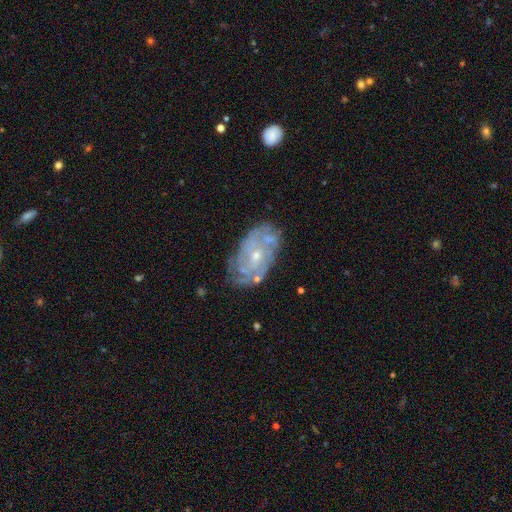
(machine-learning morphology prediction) Smooth or featured: featured or disk — 78% (smooth — 15%)
Edge-on disk: no — 95% (yes — 5%)
Bar: no — 70% (weak — 25%)
Spiral arms: yes — 79% (no — 21%)
Spiral winding: tight — 57% (medium — 31%)
Spiral arm count: can't tell — 50% (2 — 18%)
Bulge size: small — 67% (moderate — 29%)
Merging: none — 68% (minor disturbance — 20%)